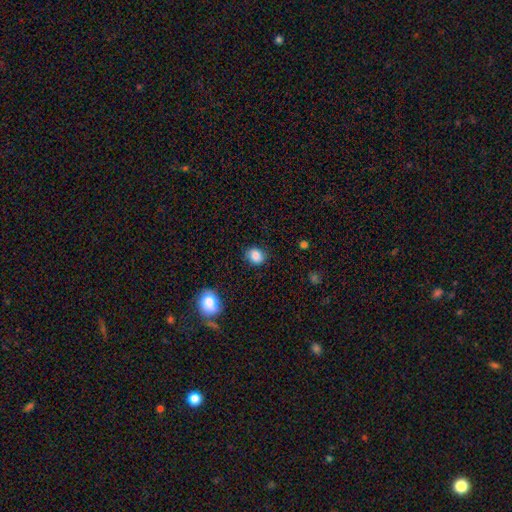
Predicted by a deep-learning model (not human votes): This is clearly a smooth galaxy (83%). How rounded: likely round (63%). Merging: clearly none (80%).